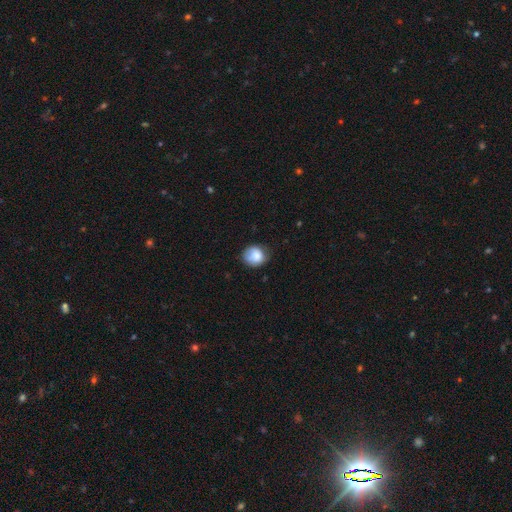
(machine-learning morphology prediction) A smooth galaxy with no disk features (82%) that is round (74%). Merging: none (59%).